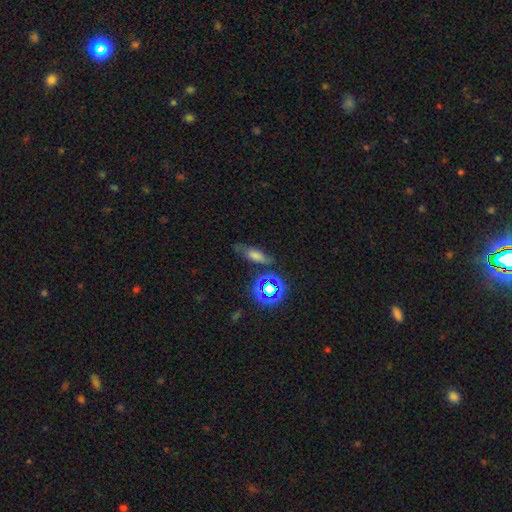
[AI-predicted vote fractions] Overall: smooth (52%; star or artifact 27%). How rounded: in between (56%; cigar-shaped 32%). Merging: none (64%).